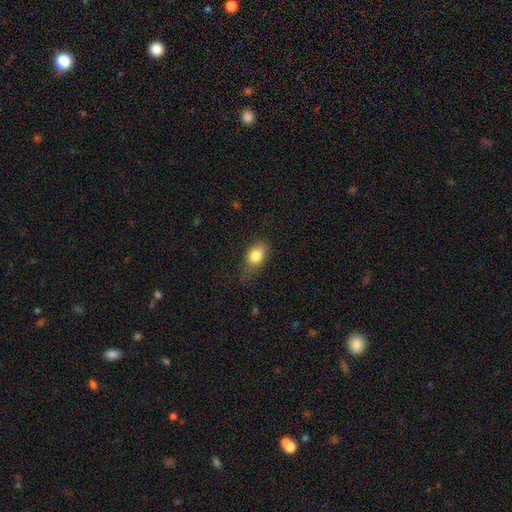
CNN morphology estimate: A smooth galaxy with no disk features (83%) that is in between round and cigar-shaped (81%). Merging: none (67%).